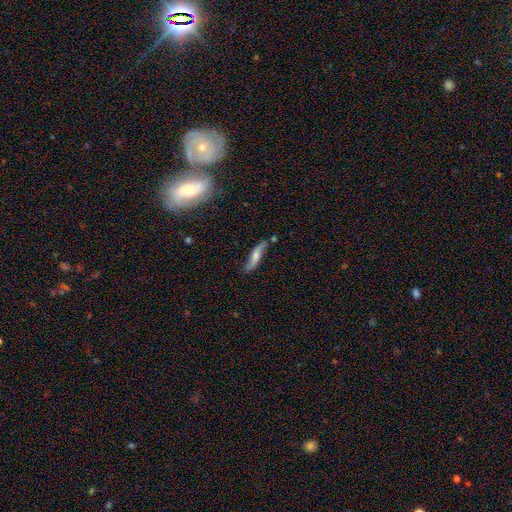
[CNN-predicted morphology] Overall: featured or disk (65%; smooth 29%). Edge-on disk: no (61%; yes 39%). Merging: none (69%).